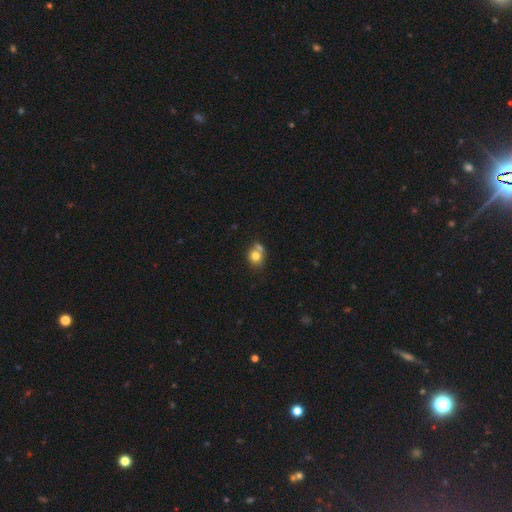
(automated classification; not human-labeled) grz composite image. It shows a smooth galaxy with no disk features (77%) that is round (70%). Merging: none (46%).